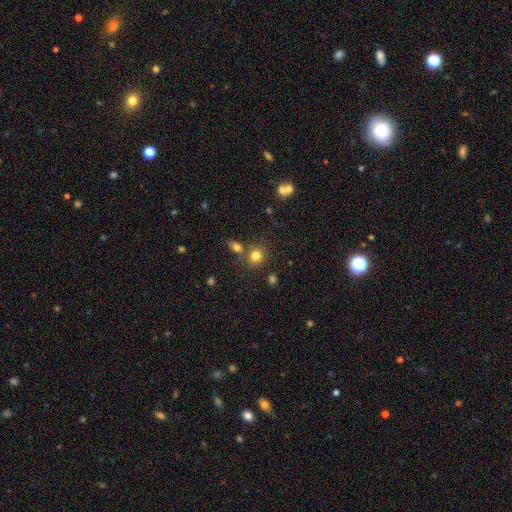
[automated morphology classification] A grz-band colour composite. It shows a smooth galaxy with no disk features (79%) that is round (79%). Merging: none (69%).